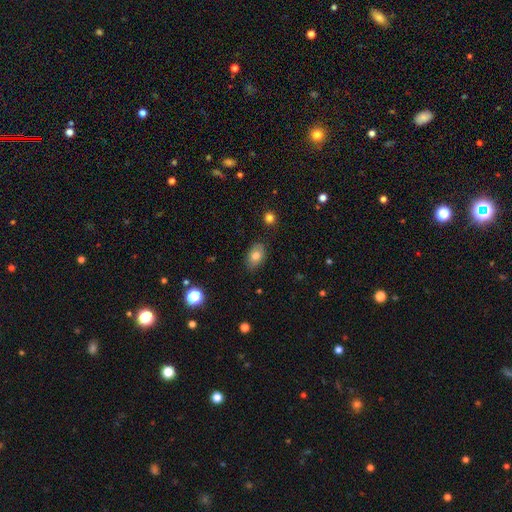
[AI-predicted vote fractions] Smooth or featured? Predicted: smooth (p=0.77). How rounded? Predicted: in between (p=0.85). Merging? Predicted: none (p=0.85).